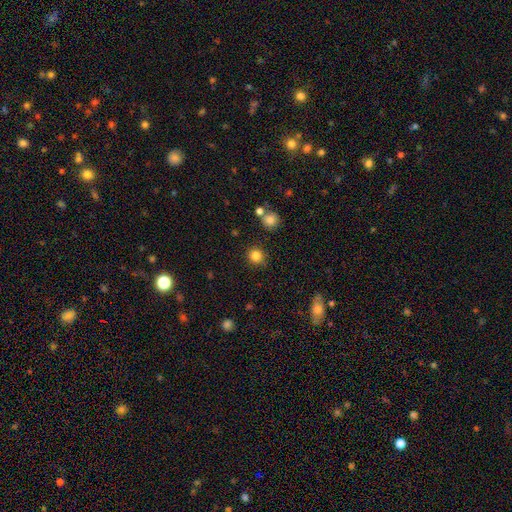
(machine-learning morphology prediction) This appears to be a smooth galaxy with no disk features (83%) that is round (90%). Merging: none (85%).